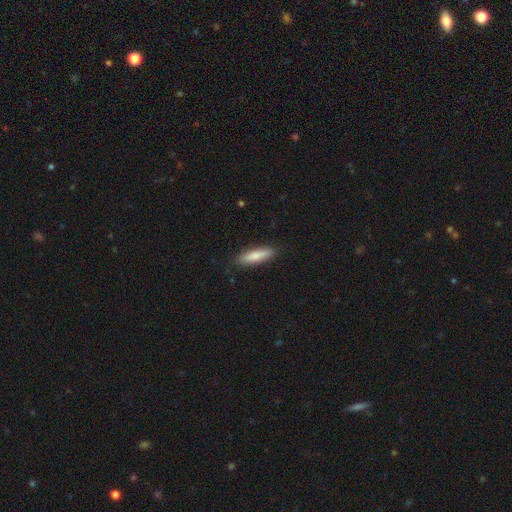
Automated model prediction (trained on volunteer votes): smooth-or-featured: smooth: 80% | featured or disk: 15% | star or artifact: 6%
  how-rounded: cigar-shaped: 70% | in between: 28% | round: 2%
  merging: none: 87% | minor disturbance: 10% | major disturbance: 2% | merger: 1%